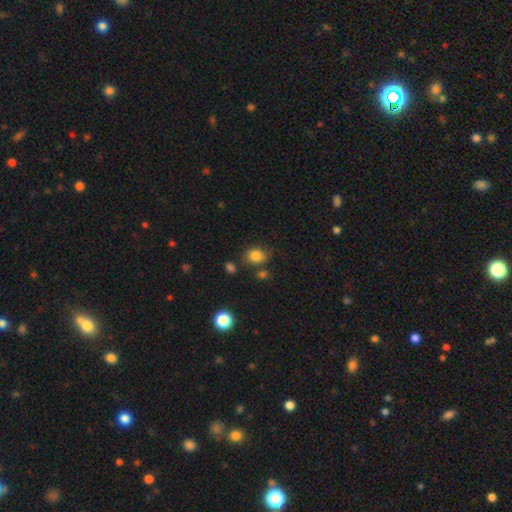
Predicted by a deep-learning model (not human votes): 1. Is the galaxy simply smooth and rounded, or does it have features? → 82% smooth, 11% star or artifact, 7% featured or disk.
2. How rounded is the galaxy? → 53% round, 46% in between, 1% cigar-shaped.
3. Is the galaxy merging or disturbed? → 72% none, 17% minor disturbance, 6% merger, 5% major disturbance.